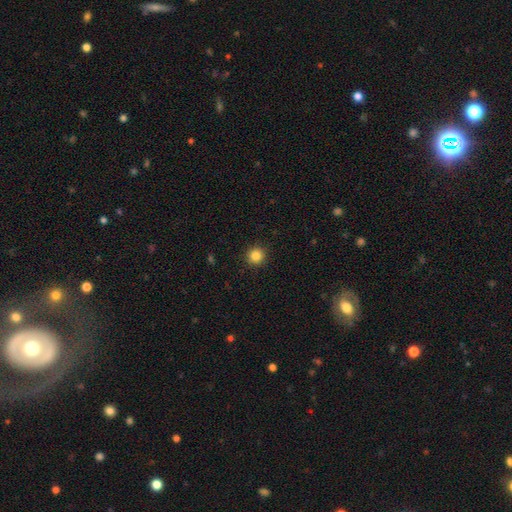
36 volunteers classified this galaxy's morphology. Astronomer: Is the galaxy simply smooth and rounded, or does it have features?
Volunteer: smooth — 97%.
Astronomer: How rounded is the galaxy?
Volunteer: round — 97%.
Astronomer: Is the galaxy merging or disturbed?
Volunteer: none — 97%.